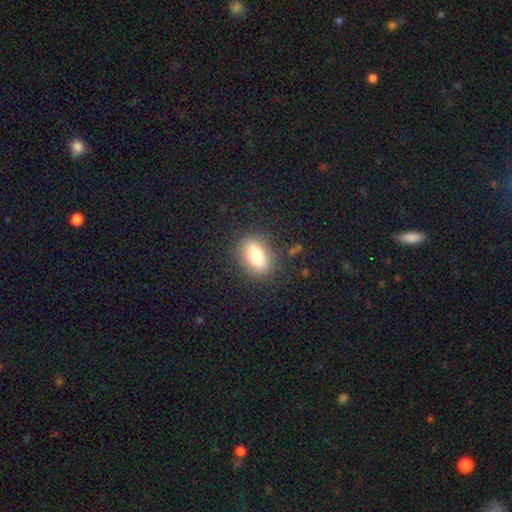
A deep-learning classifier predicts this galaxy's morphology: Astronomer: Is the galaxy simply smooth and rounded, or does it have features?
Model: smooth — 78%.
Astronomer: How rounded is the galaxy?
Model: in between — 79%.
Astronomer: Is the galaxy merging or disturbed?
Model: none — 85%.